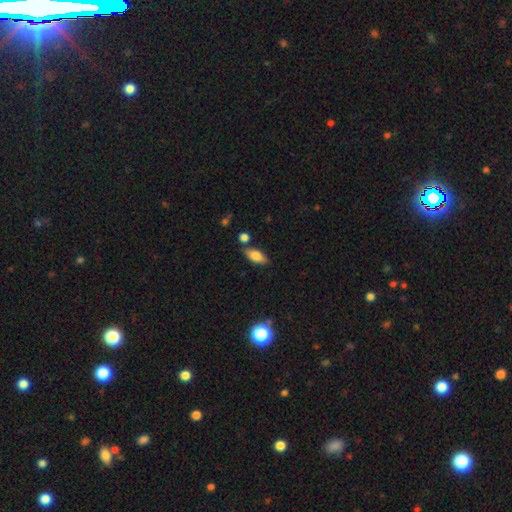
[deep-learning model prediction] Morphology: type=smooth (77%); roundness=in between (83%); merging=none (77%).